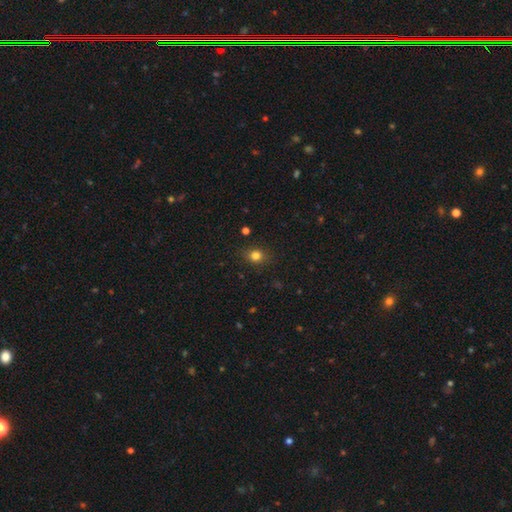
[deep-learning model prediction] Smooth or featured: smooth — 79% (star or artifact — 14%)
How rounded: round — 60% (in between — 39%)
Merging: none — 85% (minor disturbance — 11%)